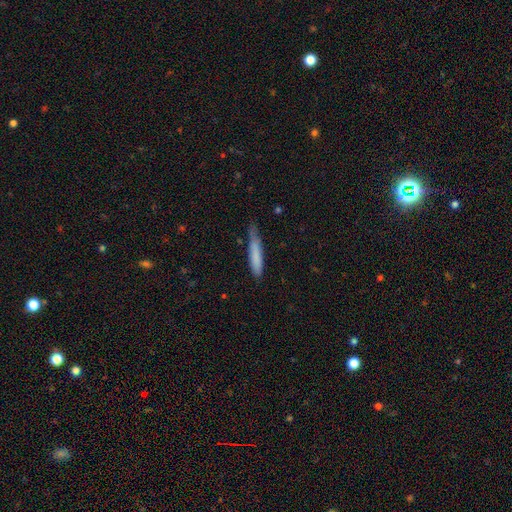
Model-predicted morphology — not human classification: Smooth or featured?
  - smooth: 77% *
  - featured or disk: 16%
  - star or artifact: 6%
How rounded?
  - cigar-shaped: 91% *
  - in between: 8%
  - round: 1%
Merging?
  - none: 60% *
  - minor disturbance: 31%
  - major disturbance: 6%
  - merger: 2%